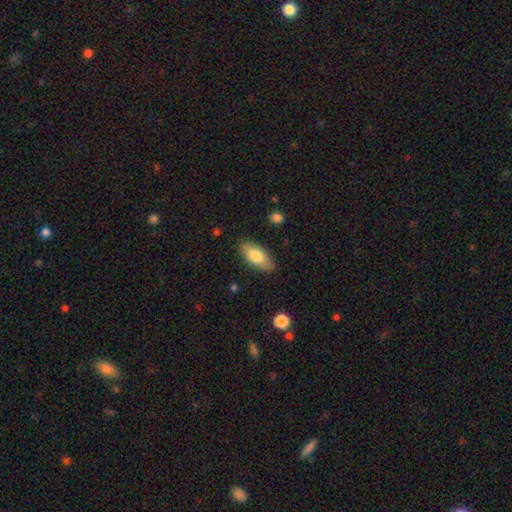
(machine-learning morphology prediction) Smooth or featured?
  - smooth: 77% *
  - featured or disk: 17%
  - star or artifact: 6%
How rounded?
  - in between: 86% *
  - cigar-shaped: 11%
  - round: 3%
Merging?
  - none: 86% *
  - minor disturbance: 11%
  - major disturbance: 2%
  - merger: 1%